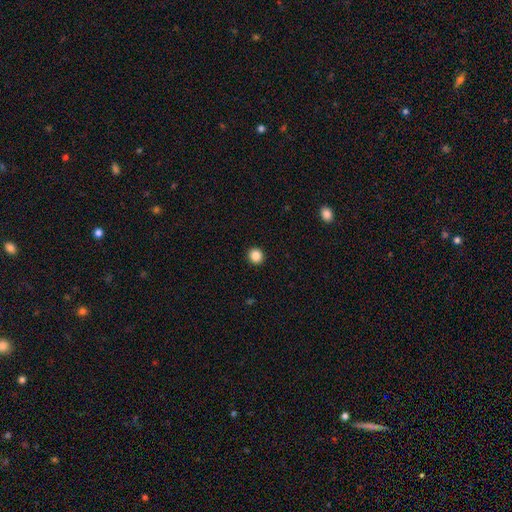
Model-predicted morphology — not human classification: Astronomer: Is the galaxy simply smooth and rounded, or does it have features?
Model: smooth — 87%.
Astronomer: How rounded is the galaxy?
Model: round — 92%.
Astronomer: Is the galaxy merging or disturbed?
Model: none — 93%.